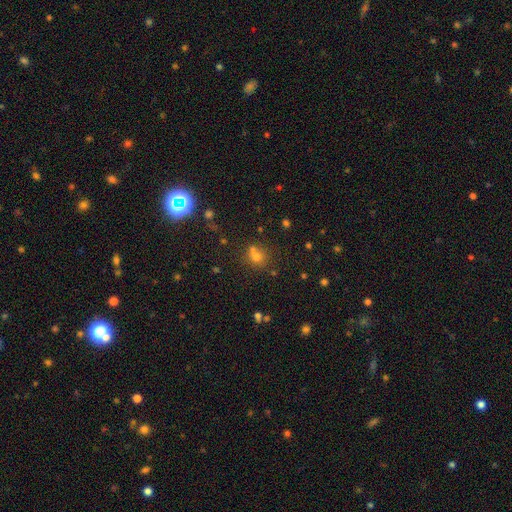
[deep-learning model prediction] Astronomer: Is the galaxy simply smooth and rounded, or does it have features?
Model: smooth — 58%.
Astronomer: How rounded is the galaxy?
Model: round — 71%.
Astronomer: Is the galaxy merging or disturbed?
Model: none — 59%.